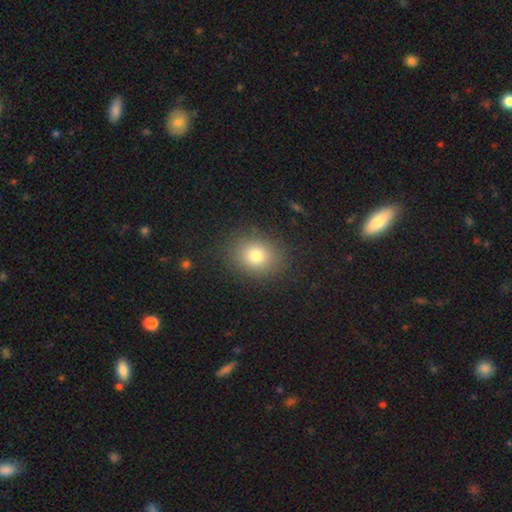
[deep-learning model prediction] Smooth or featured?
  - smooth: 79% *
  - star or artifact: 12%
  - featured or disk: 9%
How rounded?
  - round: 59% *
  - in between: 40%
  - cigar-shaped: 1%
Merging?
  - none: 86% *
  - minor disturbance: 9%
  - major disturbance: 4%
  - merger: 1%